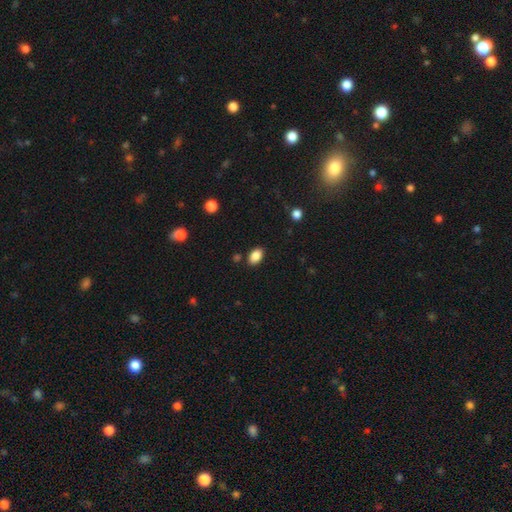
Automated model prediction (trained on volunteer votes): This is clearly a smooth galaxy (87%). How rounded: clearly in between (88%). Merging: clearly none (86%).